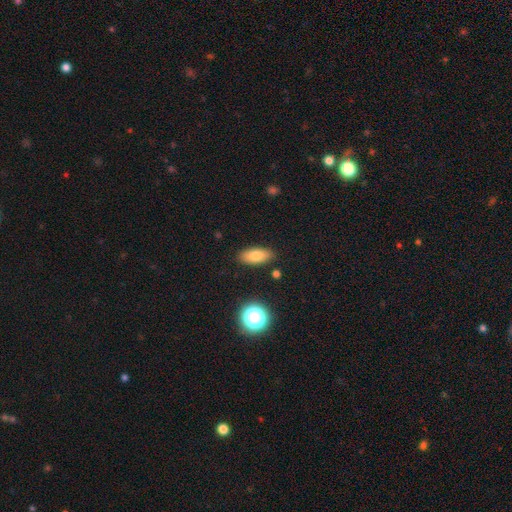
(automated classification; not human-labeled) Smooth or featured?
  - smooth: 78% *
  - featured or disk: 12%
  - star or artifact: 9%
How rounded?
  - in between: 82% *
  - cigar-shaped: 13%
  - round: 5%
Merging?
  - none: 86% *
  - minor disturbance: 9%
  - major disturbance: 2%
  - merger: 2%